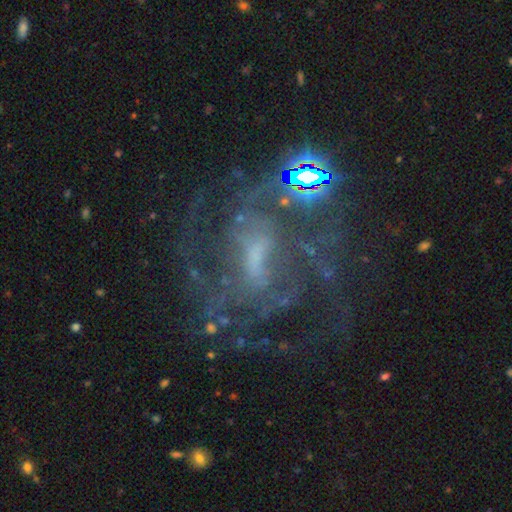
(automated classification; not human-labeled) A featured or disk galaxy (76%) with a weak bar (46%), medium (44%) spiral arms (81%) and a small central bulge (37%). Merging: none (55%).